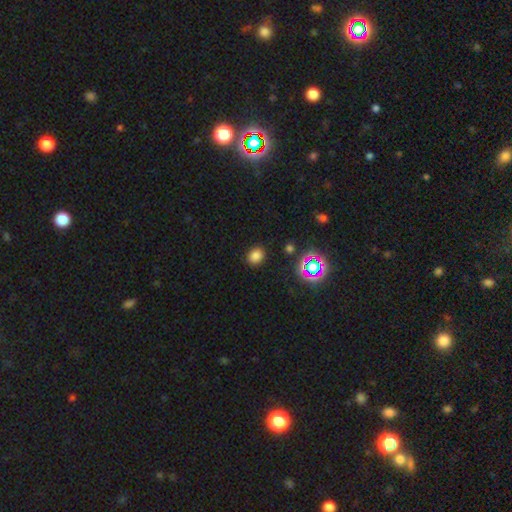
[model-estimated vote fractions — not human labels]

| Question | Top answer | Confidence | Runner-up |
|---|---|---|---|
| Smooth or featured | smooth | 77% | star or artifact (18%) |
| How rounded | round | 60% | in between (39%) |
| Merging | none | 88% | minor disturbance (8%) |